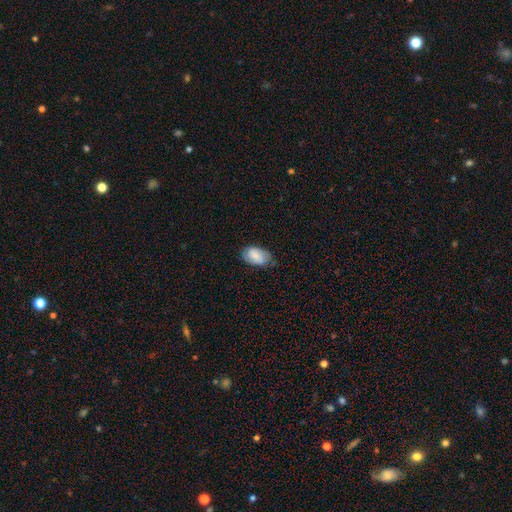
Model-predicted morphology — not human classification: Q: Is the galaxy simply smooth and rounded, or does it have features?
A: smooth — 78%.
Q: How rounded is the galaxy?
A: in between — 93%.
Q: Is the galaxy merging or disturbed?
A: none — 67%.